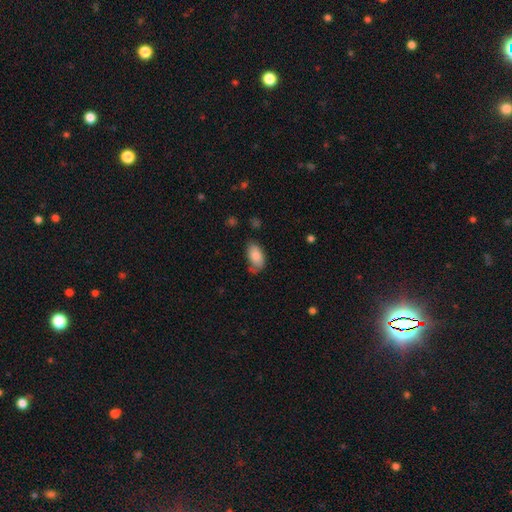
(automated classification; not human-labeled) Smooth or featured?
  - smooth: 83% *
  - featured or disk: 10%
  - star or artifact: 7%
How rounded?
  - in between: 94% *
  - round: 3%
  - cigar-shaped: 2%
Merging?
  - none: 60% *
  - minor disturbance: 29%
  - major disturbance: 8%
  - merger: 3%